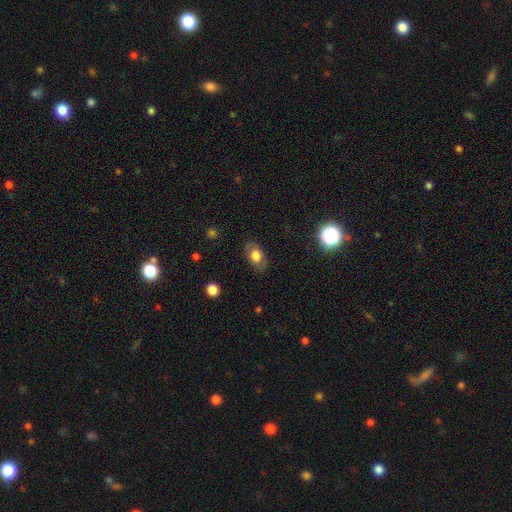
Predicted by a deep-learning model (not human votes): Smooth or featured?
  - smooth: 72% *
  - featured or disk: 19%
  - star or artifact: 9%
How rounded?
  - in between: 87% *
  - round: 11%
  - cigar-shaped: 2%
Merging?
  - none: 83% *
  - minor disturbance: 12%
  - major disturbance: 4%
  - merger: 1%